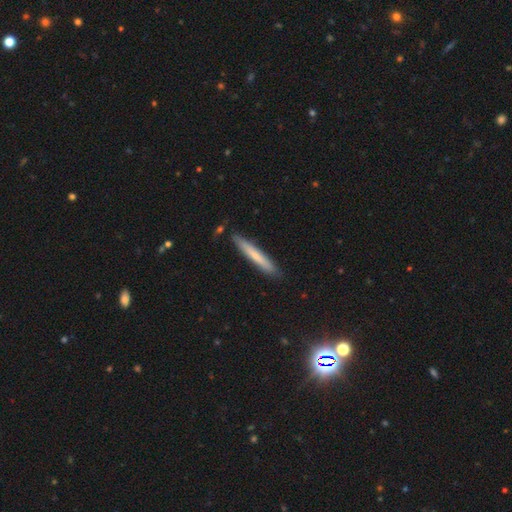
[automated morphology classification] A smooth galaxy with no disk features (61%) that is cigar-shaped (95%).

Vote fractions:
- Smooth or featured? smooth: 61% / featured or disk: 33% / star or artifact: 6%
- How rounded? cigar-shaped: 95% / in between: 4% / round: 1%
- Merging? none: 86% / minor disturbance: 10% / merger: 2% / major disturbance: 2%